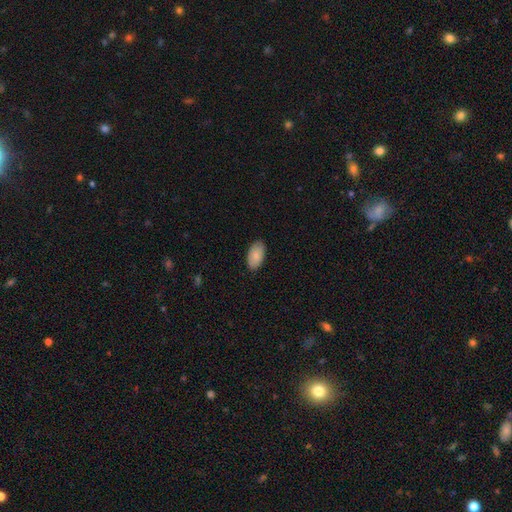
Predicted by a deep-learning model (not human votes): This appears to be a smooth galaxy with no disk features (84%) that is in between round and cigar-shaped (95%). Merging: none (87%).